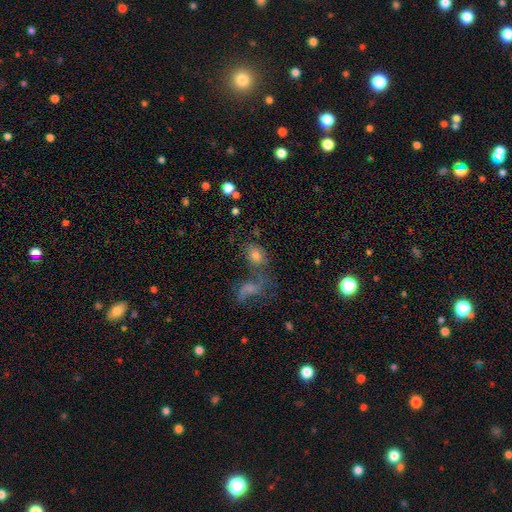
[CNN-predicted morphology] type=smooth (54%); roundness=round (50%); merging=none (44%).